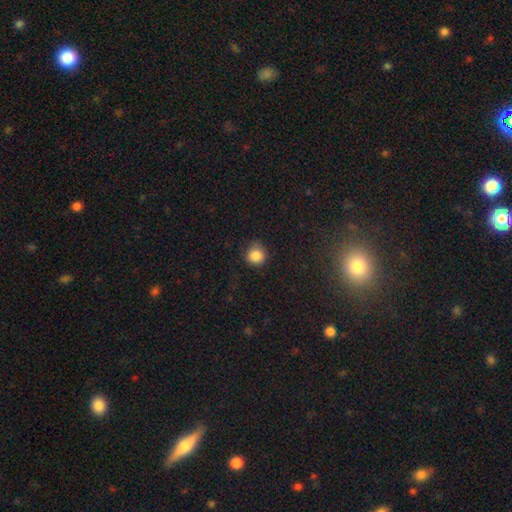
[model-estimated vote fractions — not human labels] Smooth or featured? Predicted: smooth (p=0.85). How rounded? Predicted: round (p=0.87). Merging? Predicted: none (p=0.75).